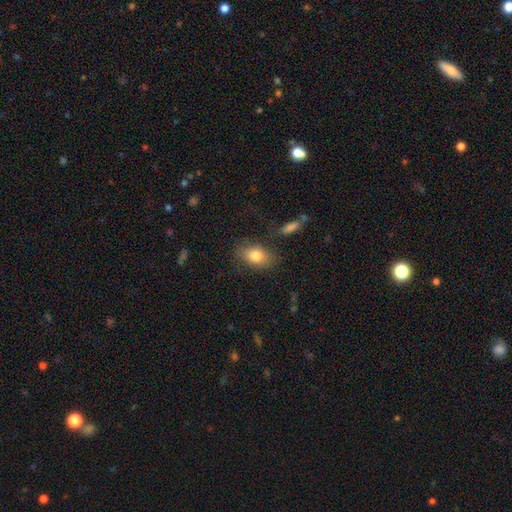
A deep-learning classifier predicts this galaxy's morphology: This is clearly a smooth galaxy (80%). How rounded: clearly in between (83%). Merging: likely none (77%).